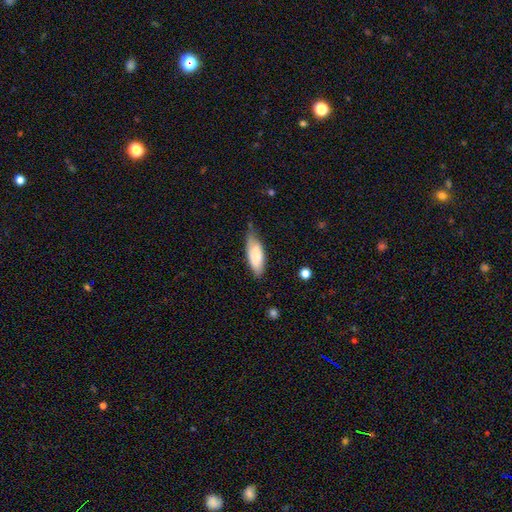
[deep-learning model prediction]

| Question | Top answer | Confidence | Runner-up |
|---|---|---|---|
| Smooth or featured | smooth | 76% | featured or disk (17%) |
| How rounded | in between | 72% | cigar-shaped (27%) |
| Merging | none | 50% | minor disturbance (38%) |